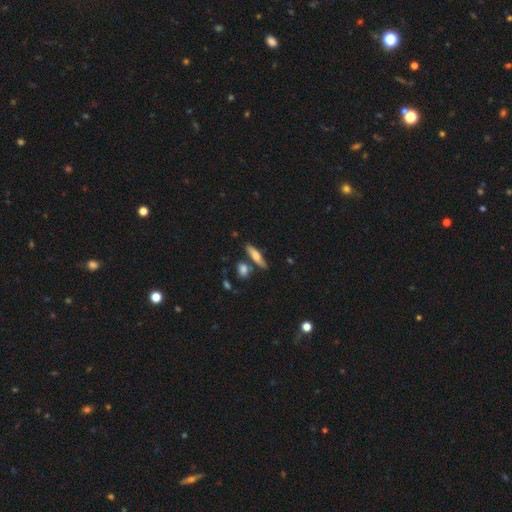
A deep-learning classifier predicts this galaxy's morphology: smooth-or-featured: smooth: 62% | featured or disk: 31% | star or artifact: 7%
  how-rounded: cigar-shaped: 70% | in between: 27% | round: 3%
  merging: none: 74% | minor disturbance: 13% | merger: 10% | major disturbance: 3%